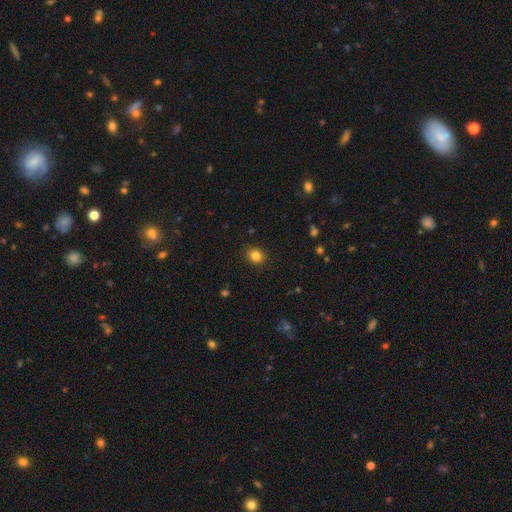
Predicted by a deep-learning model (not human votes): Q: Smooth or featured?
A: smooth (83%); runner-up: star or artifact (11%)
Q: How rounded?
A: round (60%); runner-up: in between (39%)
Q: Merging?
A: none (88%); runner-up: minor disturbance (9%)